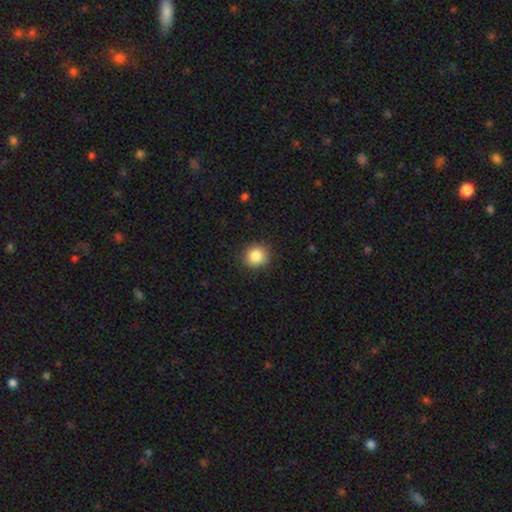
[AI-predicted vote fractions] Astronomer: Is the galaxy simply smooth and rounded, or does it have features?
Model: smooth — 86%.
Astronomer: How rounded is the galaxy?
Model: round — 87%.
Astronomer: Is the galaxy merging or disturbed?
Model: none — 89%.